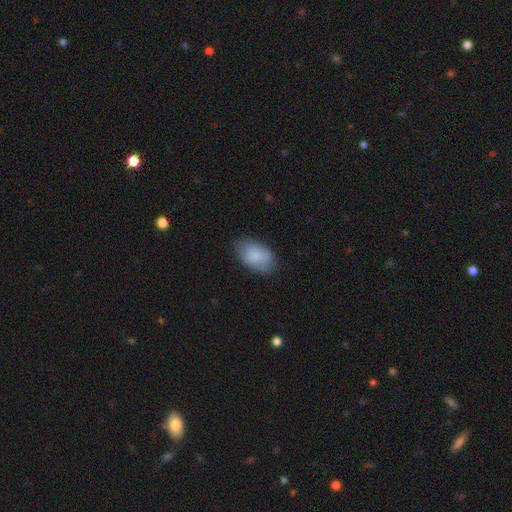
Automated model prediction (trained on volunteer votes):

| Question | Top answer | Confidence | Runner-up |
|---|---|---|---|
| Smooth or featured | smooth | 85% | featured or disk (8%) |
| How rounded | in between | 92% | round (7%) |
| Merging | none | 74% | minor disturbance (20%) |